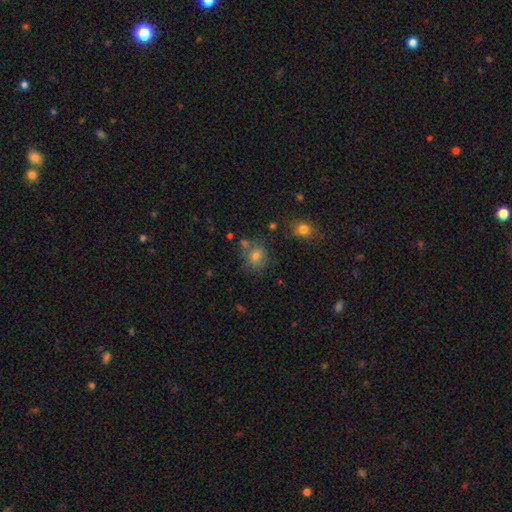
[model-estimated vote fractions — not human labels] A smooth galaxy with no disk features (75%) that is round (72%).

Vote fractions:
- Smooth or featured? smooth: 75% / star or artifact: 14% / featured or disk: 11%
- How rounded? round: 72% / in between: 27% / cigar-shaped: 1%
- Merging? none: 68% / minor disturbance: 14% / merger: 12% / major disturbance: 5%